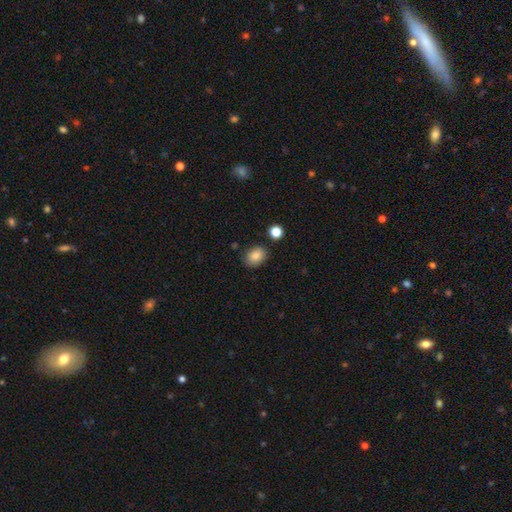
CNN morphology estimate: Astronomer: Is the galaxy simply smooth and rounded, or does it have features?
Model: smooth — 86%.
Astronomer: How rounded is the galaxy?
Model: in between — 63%.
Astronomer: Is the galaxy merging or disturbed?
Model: none — 81%.